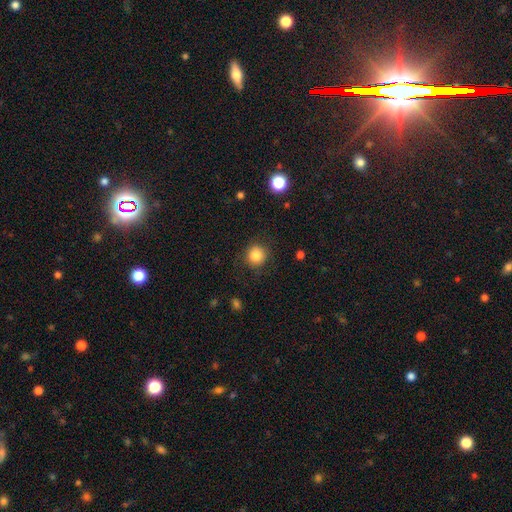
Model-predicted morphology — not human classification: A smooth galaxy with no disk features (84%) that is round (91%). Merging: none (87%).